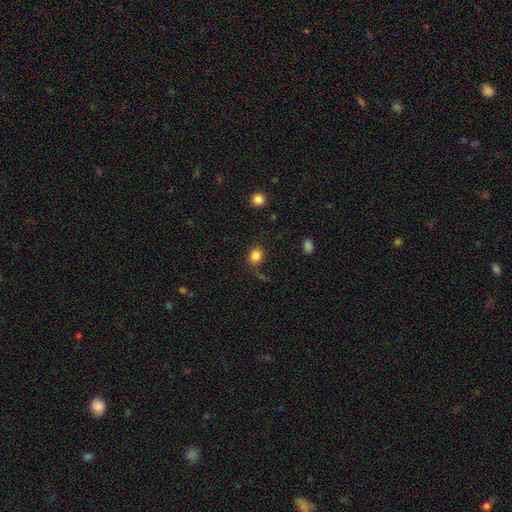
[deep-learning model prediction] smooth 84%, star or artifact 11%, featured or disk 6%. Down the decision tree: how rounded — round (57%); merging — none (79%).